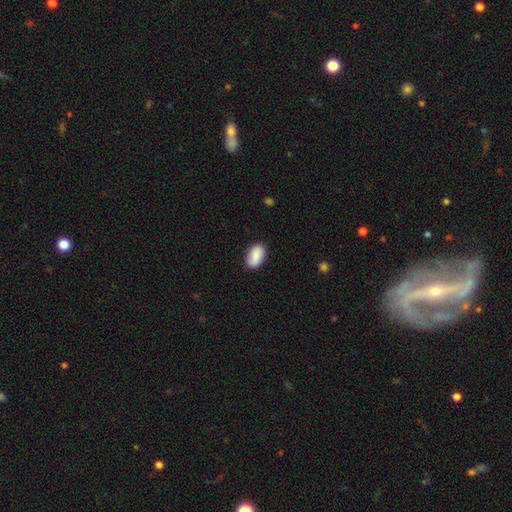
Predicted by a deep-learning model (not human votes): Smooth or featured? smooth (79%)
How rounded? in between (92%)
Merging? none (81%)